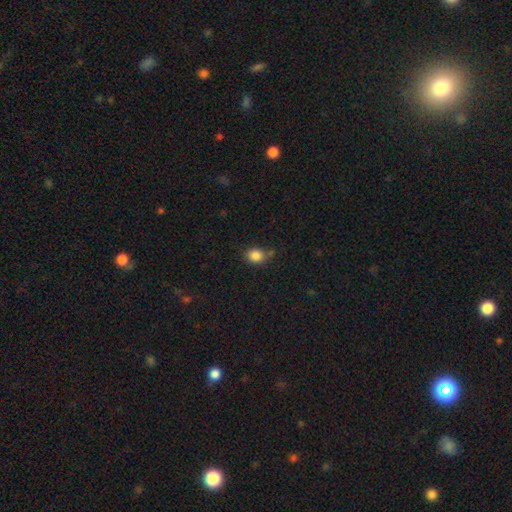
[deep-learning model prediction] Smooth or featured?
  - smooth: 85% *
  - star or artifact: 10%
  - featured or disk: 5%
How rounded?
  - round: 55% *
  - in between: 44%
  - cigar-shaped: 1%
Merging?
  - none: 68% *
  - minor disturbance: 20%
  - merger: 7%
  - major disturbance: 5%